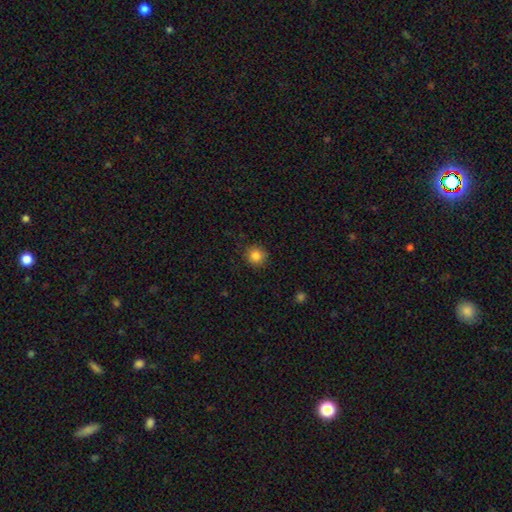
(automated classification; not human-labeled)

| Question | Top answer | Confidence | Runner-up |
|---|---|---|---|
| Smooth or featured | smooth | 84% | star or artifact (11%) |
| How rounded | round | 92% | in between (7%) |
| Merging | none | 88% | minor disturbance (8%) |